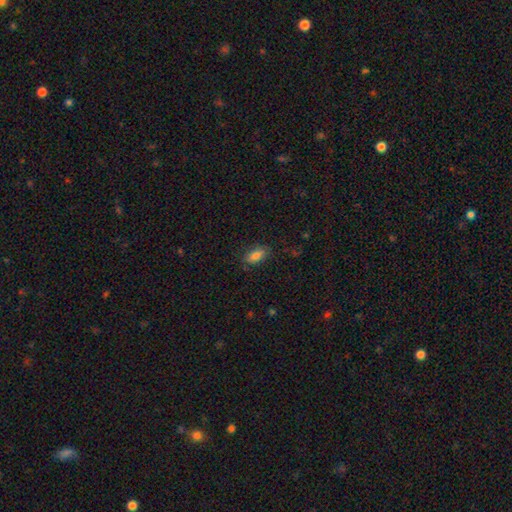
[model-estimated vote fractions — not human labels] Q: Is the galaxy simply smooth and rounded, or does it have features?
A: smooth — 81%.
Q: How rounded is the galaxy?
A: in between — 87%.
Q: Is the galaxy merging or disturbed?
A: none — 80%.